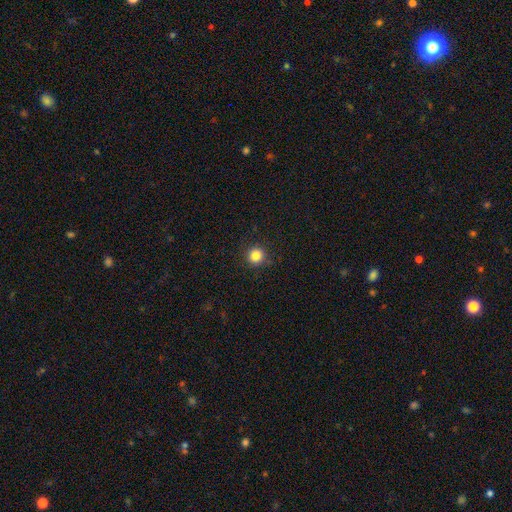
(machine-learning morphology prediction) The model was most divided on "smooth or featured": smooth: 84%, star or artifact: 12%, featured or disk: 4%. More confident: how rounded — round (94%); merging — none (90%).